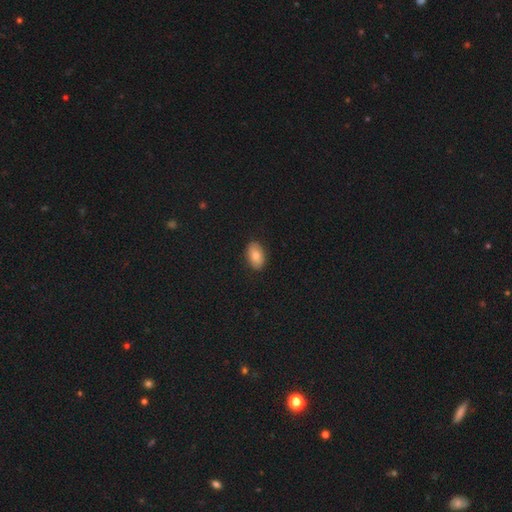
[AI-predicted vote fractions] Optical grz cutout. It shows a smooth galaxy with no disk features (78%) that is in between round and cigar-shaped (90%). Merging: none (88%).